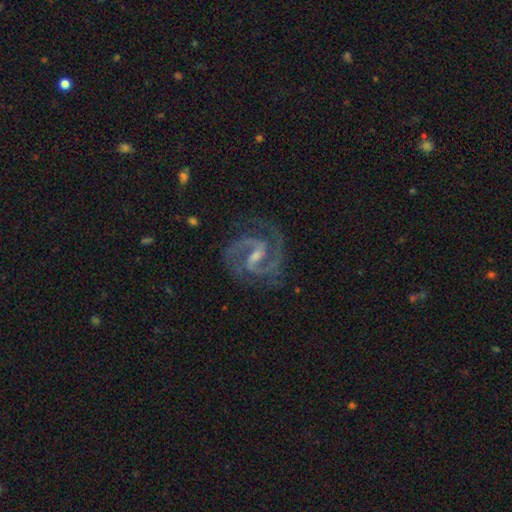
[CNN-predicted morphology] smooth_or_featured: featured or disk (p=0.94) [alt: star or artifact p=0.04]
disk_edge_on: no (p=0.98) [alt: yes p=0.02]
bar: weak (p=0.51) [alt: strong p=0.38]
has_spiral_arms: yes (p=0.99) [alt: no p=0.01]
spiral_winding: medium (p=0.66) [alt: tight p=0.26]
spiral_arm_count: 2 (p=0.93) [alt: 3 p=0.03]
bulge_size: small (p=0.56) [alt: moderate p=0.31]
merging: none (p=0.80) [alt: minor disturbance p=0.13]